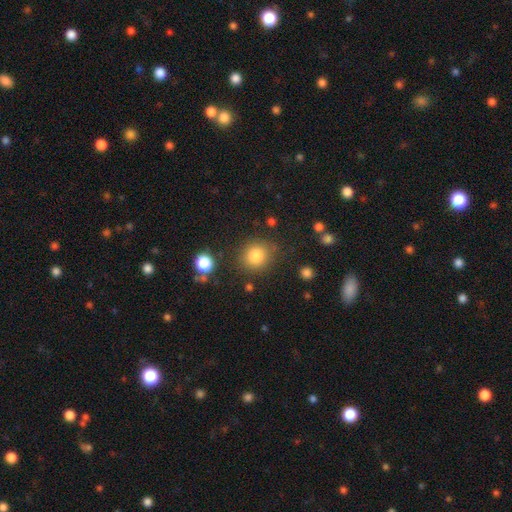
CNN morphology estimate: The model was most divided on "how rounded": round: 84%, in between: 15%, cigar-shaped: 1%. More confident: smooth or featured — smooth (83%); merging — none (81%).